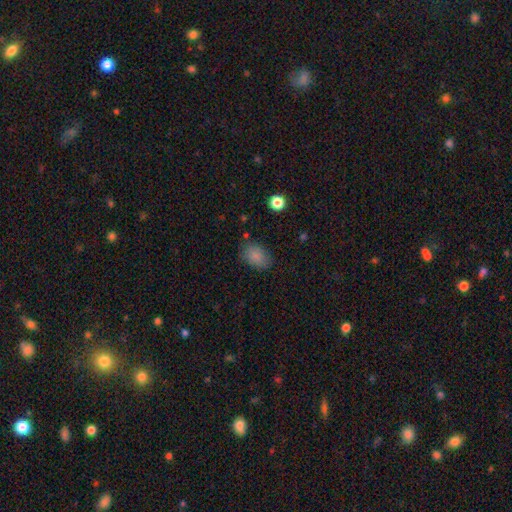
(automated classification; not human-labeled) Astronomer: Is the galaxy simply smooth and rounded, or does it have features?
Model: smooth — 84%.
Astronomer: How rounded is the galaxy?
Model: in between — 84%.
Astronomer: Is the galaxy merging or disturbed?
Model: none — 78%.